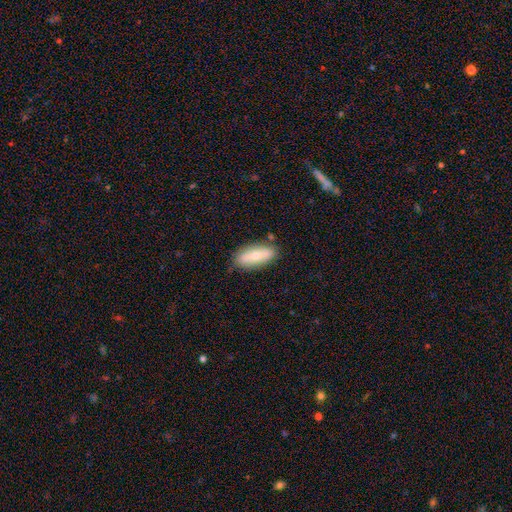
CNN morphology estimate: Q: Smooth or featured?
A: smooth (69%); runner-up: featured or disk (24%)
Q: How rounded?
A: in between (75%); runner-up: cigar-shaped (22%)
Q: Merging?
A: none (81%); runner-up: minor disturbance (14%)